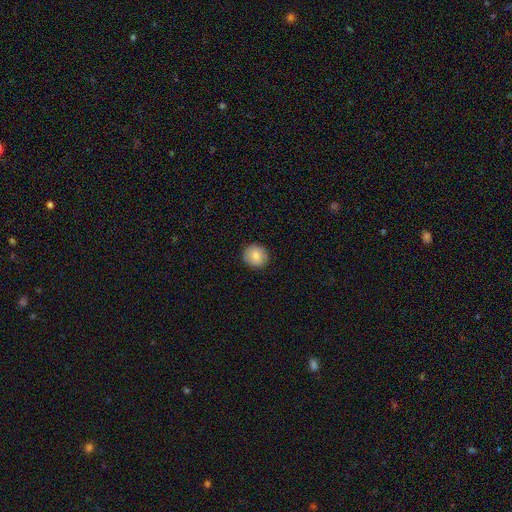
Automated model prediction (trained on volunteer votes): Q: Smooth or featured?
A: smooth (84%); runner-up: featured or disk (8%)
Q: How rounded?
A: round (90%); runner-up: in between (9%)
Q: Merging?
A: none (91%); runner-up: minor disturbance (7%)